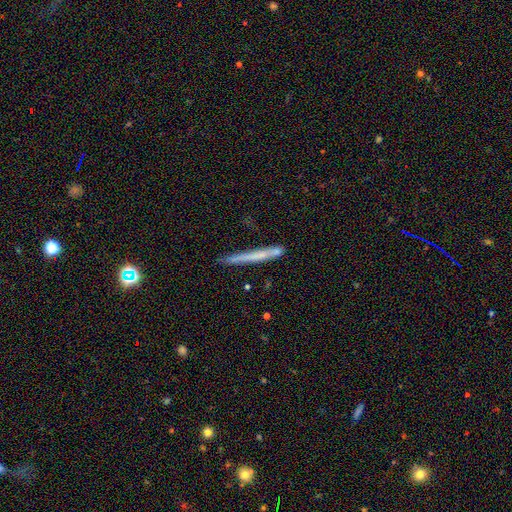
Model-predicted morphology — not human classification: Overall: smooth (54%; featured or disk 38%). How rounded: cigar-shaped (97%). Merging: none (77%).